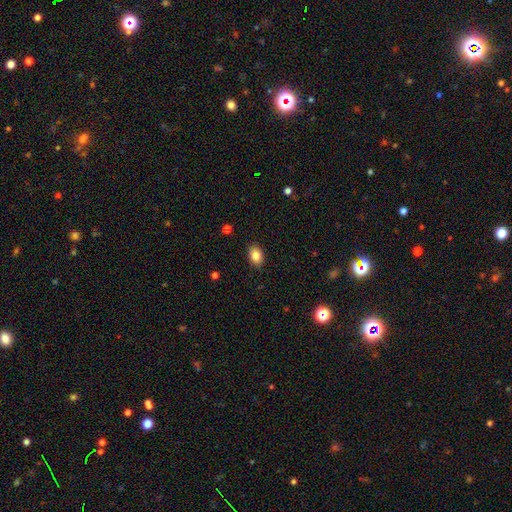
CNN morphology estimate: Smooth or featured?
  - smooth: 84% *
  - star or artifact: 9%
  - featured or disk: 7%
How rounded?
  - in between: 81% *
  - round: 18%
  - cigar-shaped: 1%
Merging?
  - none: 89% *
  - minor disturbance: 8%
  - major disturbance: 2%
  - merger: 1%